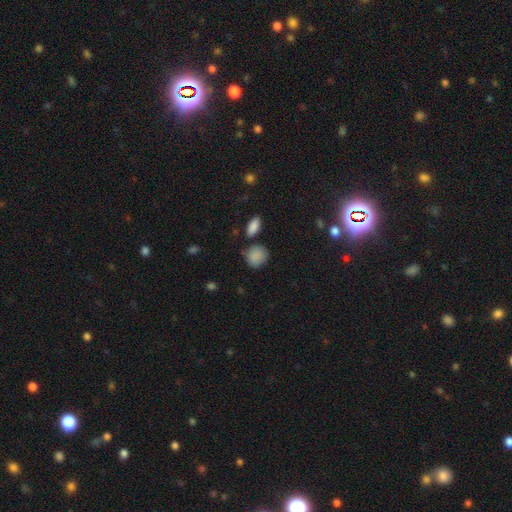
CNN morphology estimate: A smooth galaxy with no disk features (86%) that is round (77%).

Vote fractions:
- Smooth or featured? smooth: 86% / star or artifact: 9% / featured or disk: 5%
- How rounded? round: 77% / in between: 22% / cigar-shaped: 1%
- Merging? none: 71% / minor disturbance: 19% / merger: 6% / major disturbance: 5%